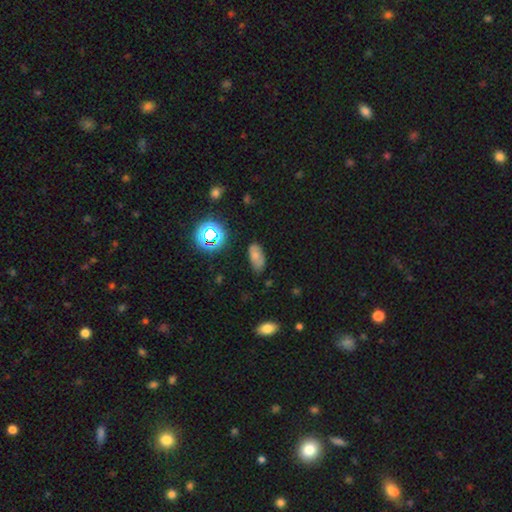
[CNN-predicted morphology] A smooth galaxy with no disk features (66%) that is in between round and cigar-shaped (89%). Merging: none (70%).